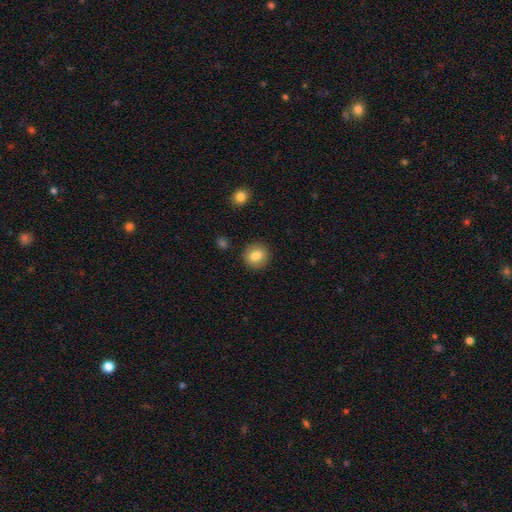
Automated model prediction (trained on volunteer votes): This appears to be a smooth galaxy with no disk features (82%) that is round (85%). Merging: none (90%).